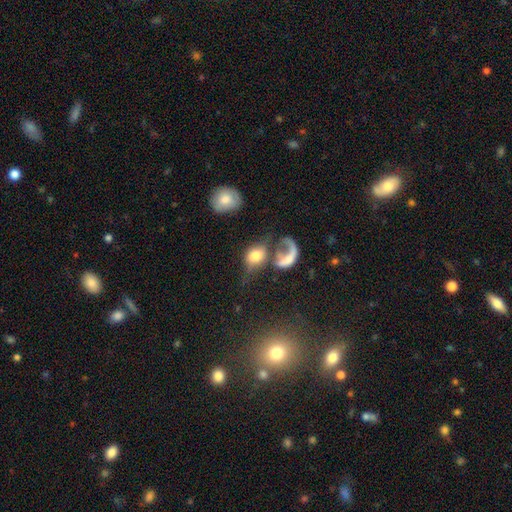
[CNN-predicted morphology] Q: Smooth or featured?
A: smooth (66%); runner-up: featured or disk (24%)
Q: How rounded?
A: in between (60%); runner-up: round (38%)
Q: Merging?
A: merger (37%); runner-up: major disturbance (29%)